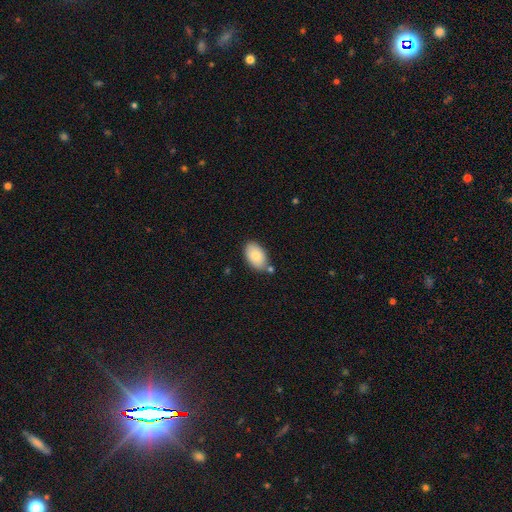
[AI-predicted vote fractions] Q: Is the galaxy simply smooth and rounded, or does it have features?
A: smooth — 81%.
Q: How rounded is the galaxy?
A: in between — 93%.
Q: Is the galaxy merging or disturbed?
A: none — 74%.